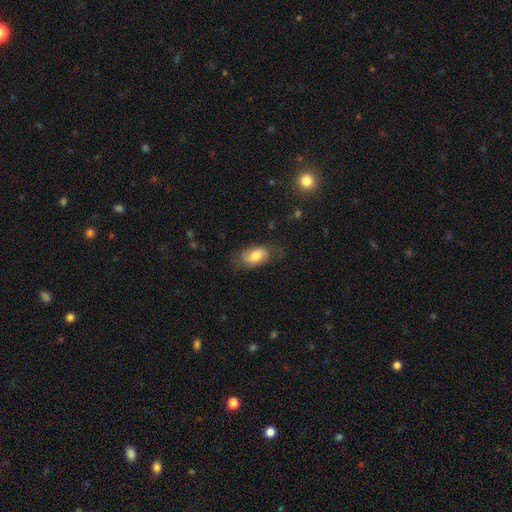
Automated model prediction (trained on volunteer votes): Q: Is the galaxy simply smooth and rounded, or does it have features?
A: smooth — 64%.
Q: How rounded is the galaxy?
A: in between — 90%.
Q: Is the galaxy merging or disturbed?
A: none — 64%.